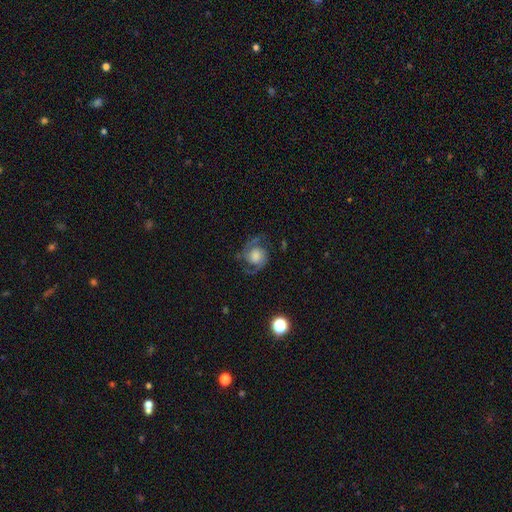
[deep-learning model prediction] Smooth or featured? featured or disk (82%)
Edge-on disk? no (98%)
Bar? no (71%)
Spiral arms? yes (96%)
Spiral winding? medium (53%)
Spiral arm count? 2 (92%)
Bulge size? large (37%)
Merging? none (73%)